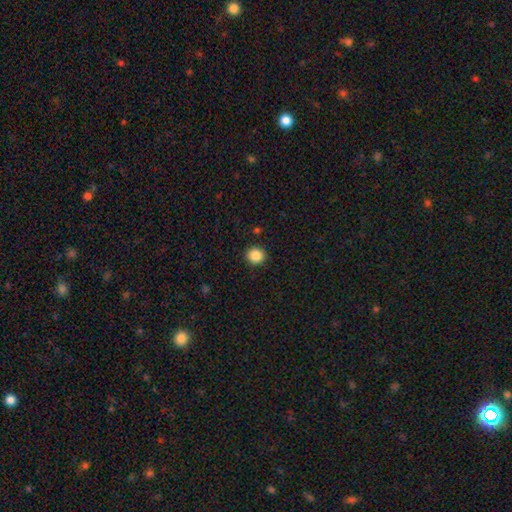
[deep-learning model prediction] This appears to be a smooth galaxy with no disk features (87%) that is round (87%). Merging: none (91%).